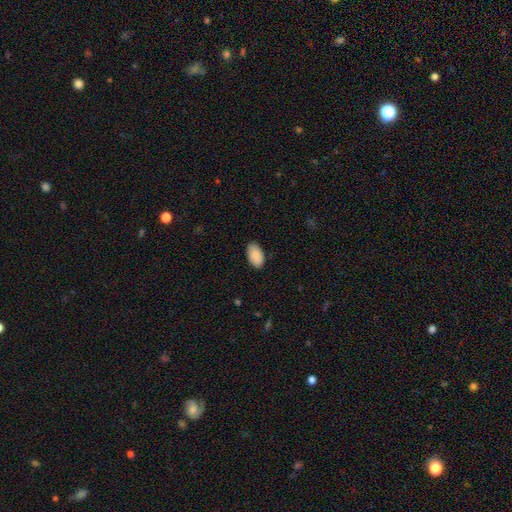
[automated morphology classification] smooth-or-featured: smooth: 90% | star or artifact: 6% | featured or disk: 4%
  how-rounded: in between: 95% | round: 4% | cigar-shaped: 1%
  merging: none: 86% | minor disturbance: 11% | major disturbance: 2% | merger: 1%